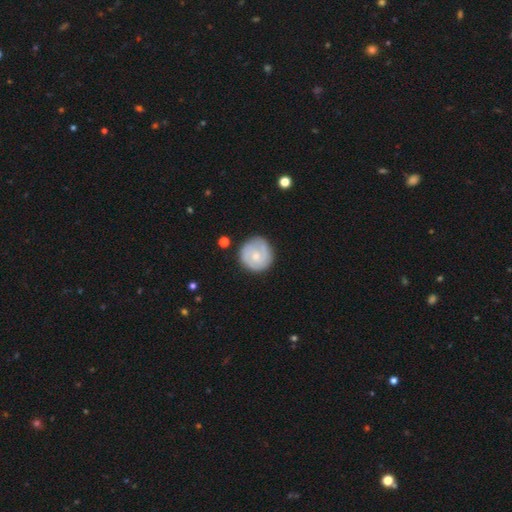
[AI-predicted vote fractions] Q: Smooth or featured?
A: featured or disk (64%); runner-up: smooth (31%)
Q: Edge-on disk?
A: no (98%); runner-up: yes (2%)
Q: Bar?
A: no (69%); runner-up: weak (27%)
Q: Spiral arms?
A: yes (88%); runner-up: no (12%)
Q: Spiral winding?
A: tight (63%); runner-up: medium (29%)
Q: Spiral arm count?
A: 2 (47%); runner-up: can't tell (25%)
Q: Bulge size?
A: small (48%); runner-up: moderate (44%)
Q: Merging?
A: none (82%); runner-up: minor disturbance (13%)